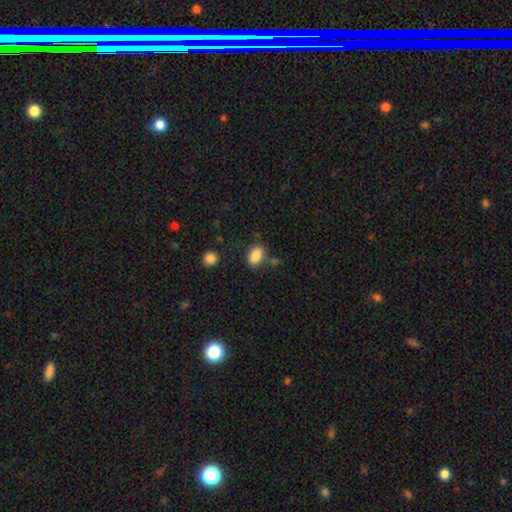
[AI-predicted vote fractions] This appears to be a smooth galaxy with no disk features (86%) that is in between round and cigar-shaped (85%). Merging: none (73%).